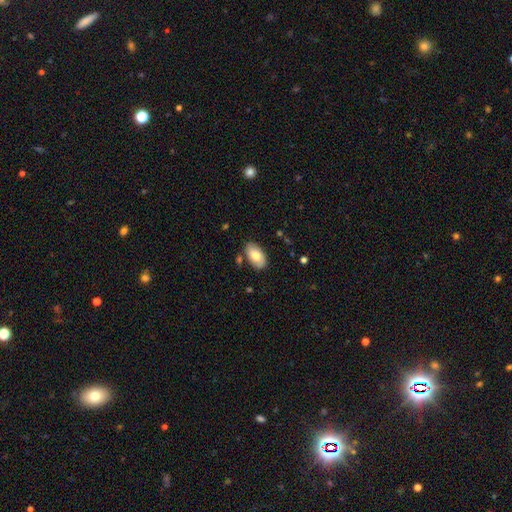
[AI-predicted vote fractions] smooth-or-featured: smooth: 76% | featured or disk: 18% | star or artifact: 6%
  how-rounded: in between: 94% | round: 4% | cigar-shaped: 1%
  merging: none: 77% | minor disturbance: 16% | merger: 4% | major disturbance: 3%